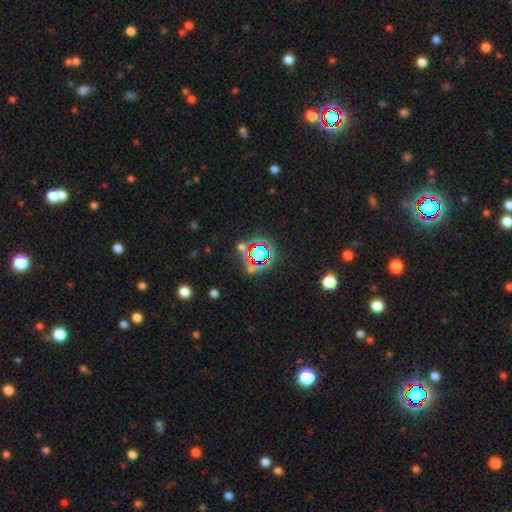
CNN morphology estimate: The model was most divided on "smooth or featured": star or artifact: 67%, smooth: 22%, featured or disk: 11%.